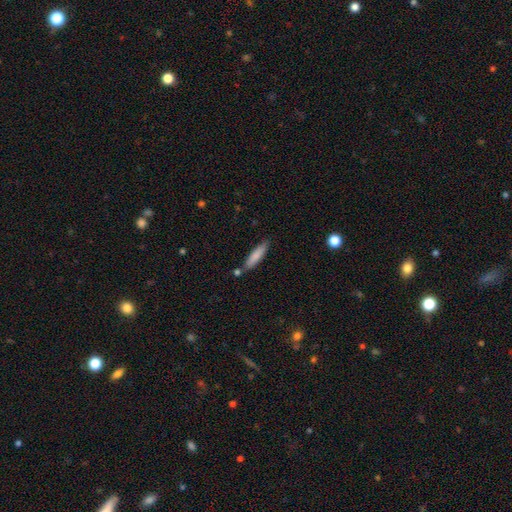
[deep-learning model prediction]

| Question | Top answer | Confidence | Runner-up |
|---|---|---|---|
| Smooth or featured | smooth | 80% | featured or disk (14%) |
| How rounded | cigar-shaped | 80% | in between (18%) |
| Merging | none | 74% | minor disturbance (14%) |